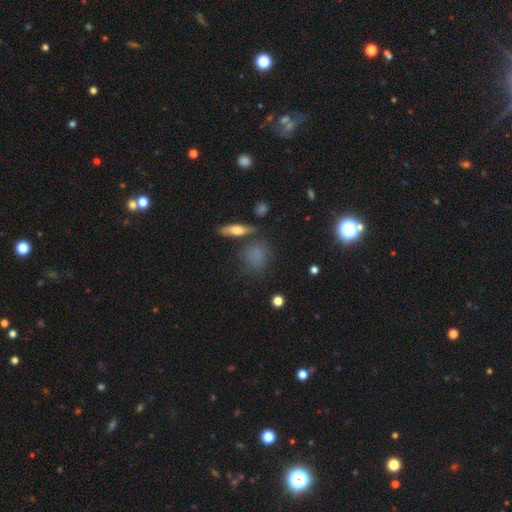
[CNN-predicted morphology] Smooth or featured?
  - smooth: 70% *
  - star or artifact: 16%
  - featured or disk: 14%
How rounded?
  - round: 55% *
  - in between: 37%
  - cigar-shaped: 8%
Merging?
  - none: 67% *
  - minor disturbance: 18%
  - major disturbance: 7%
  - merger: 7%